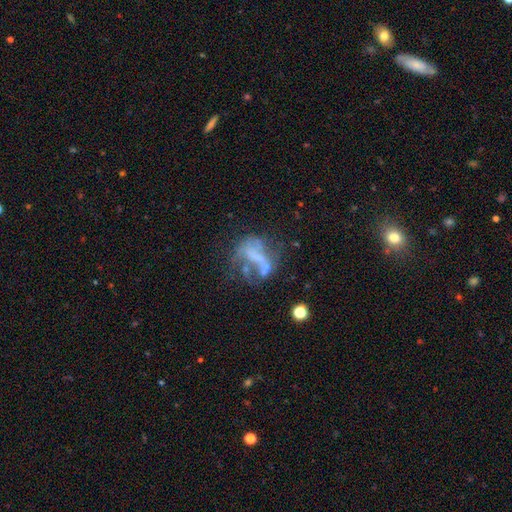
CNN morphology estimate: Smooth or featured?
  - featured or disk: 59% *
  - smooth: 24%
  - star or artifact: 17%
Edge-on disk?
  - no: 97% *
  - yes: 3%
Bar?
  - no: 77% *
  - weak: 14%
  - strong: 9%
Spiral arms?
  - no: 84% *
  - yes: 16%
Bulge size?
  - none: 73% *
  - small: 12%
  - moderate: 10%
  - large: 3%
  - dominant: 2%
Merging?
  - major disturbance: 36% *
  - none: 29%
  - merger: 19%
  - minor disturbance: 16%